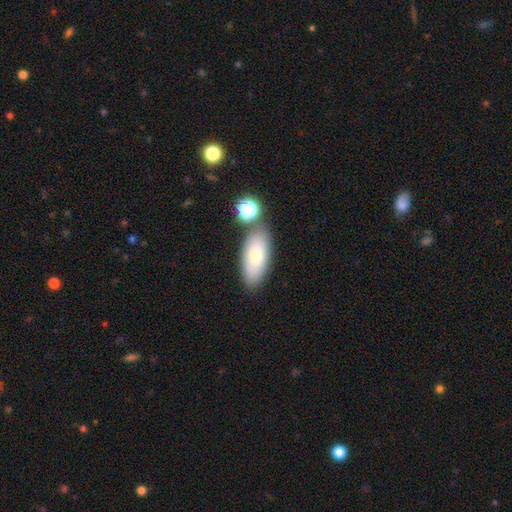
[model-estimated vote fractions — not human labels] smooth_or_featured: smooth (p=0.73) [alt: featured or disk p=0.19]
how_rounded: in between (p=0.86) [alt: cigar-shaped p=0.11]
merging: none (p=0.71) [alt: minor disturbance p=0.13]